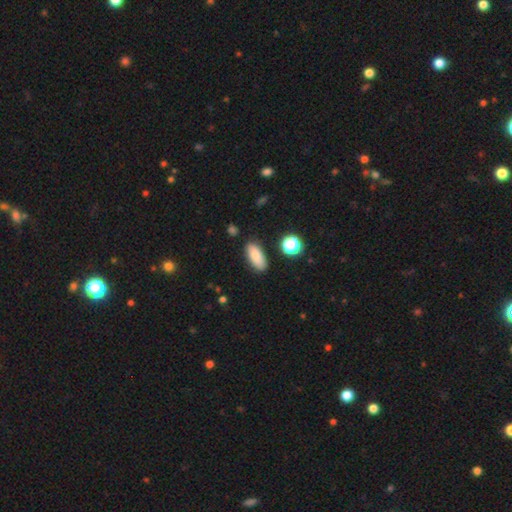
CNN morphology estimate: A smooth galaxy with no disk features (83%) that is in between round and cigar-shaped (82%).

Vote fractions:
- Smooth or featured? smooth: 83% / star or artifact: 9% / featured or disk: 8%
- How rounded? in between: 82% / cigar-shaped: 14% / round: 4%
- Merging? none: 82% / minor disturbance: 12% / major disturbance: 3% / merger: 3%